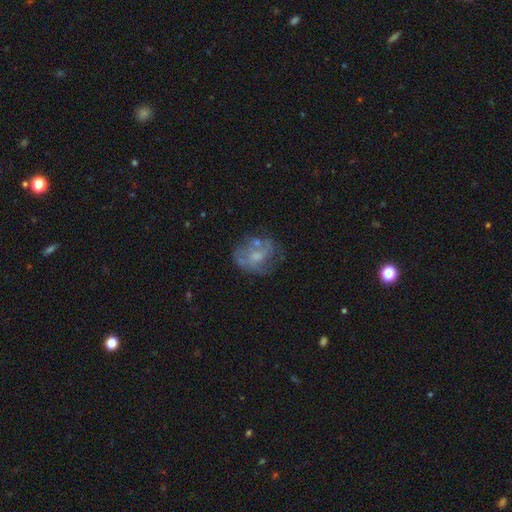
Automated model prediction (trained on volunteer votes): This is possibly a featured or disk galaxy (57%). It is clearly not viewed edge-on (97%). Bar: likely no (72%). Spiral arm pattern: possibly no (59%). Central bulge: marginally moderate (42%). Merging: possibly none (50%).